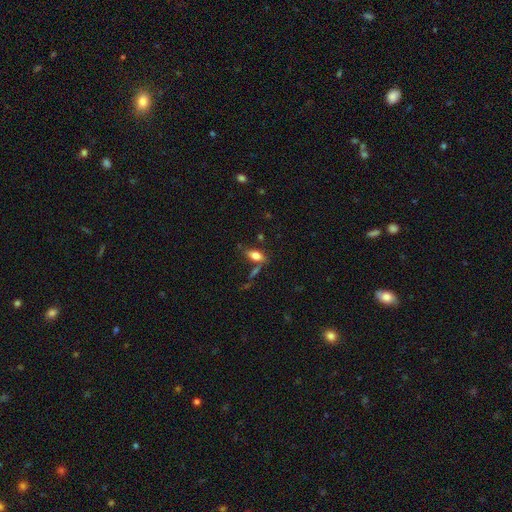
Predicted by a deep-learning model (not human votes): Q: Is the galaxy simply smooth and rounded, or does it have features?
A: smooth — 70%.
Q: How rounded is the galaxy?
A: in between — 80%.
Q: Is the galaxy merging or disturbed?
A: none — 66%.